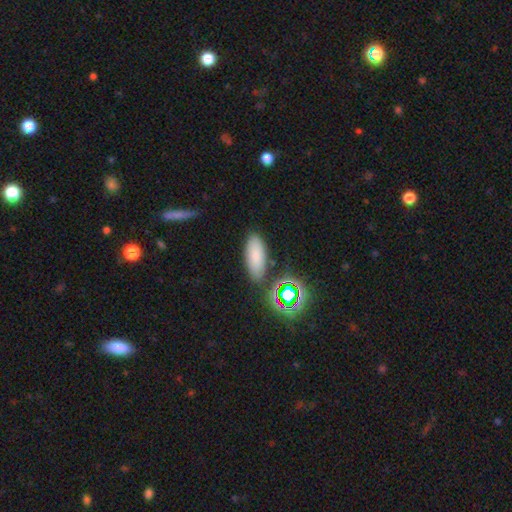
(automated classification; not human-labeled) Smooth or featured: smooth — 76% (star or artifact — 15%)
How rounded: in between — 81% (cigar-shaped — 15%)
Merging: none — 81% (minor disturbance — 11%)